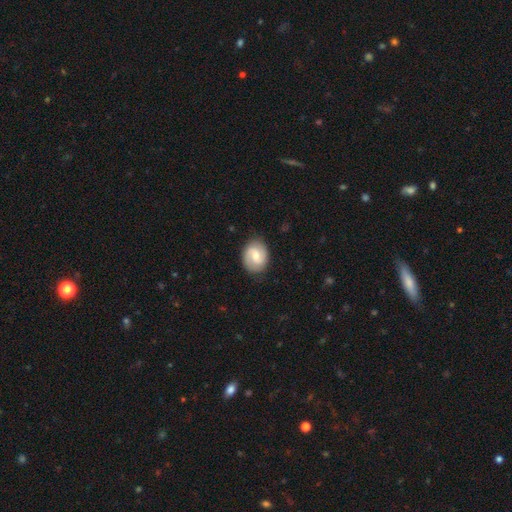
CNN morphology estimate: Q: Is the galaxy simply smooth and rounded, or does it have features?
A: featured or disk — 58%.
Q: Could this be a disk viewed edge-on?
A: no — 97%.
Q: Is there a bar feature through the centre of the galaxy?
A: weak — 53%.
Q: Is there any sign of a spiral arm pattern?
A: yes — 89%.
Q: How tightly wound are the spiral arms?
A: medium — 46%.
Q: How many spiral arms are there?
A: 2 — 87%.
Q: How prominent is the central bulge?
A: moderate — 59%.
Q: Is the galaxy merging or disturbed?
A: none — 84%.